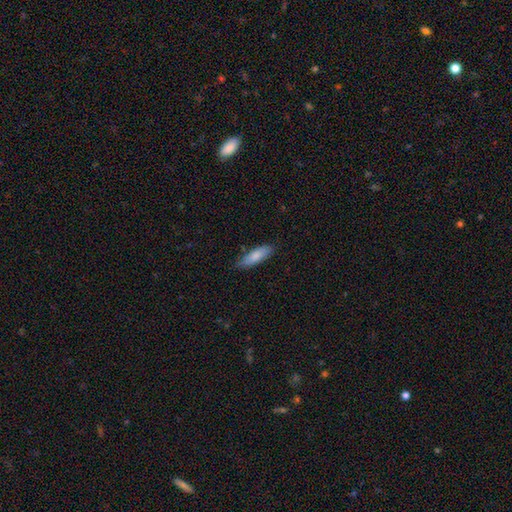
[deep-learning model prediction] Smooth or featured? Predicted: smooth (p=0.82). How rounded? Predicted: in between (p=0.51). Merging? Predicted: none (p=0.76).